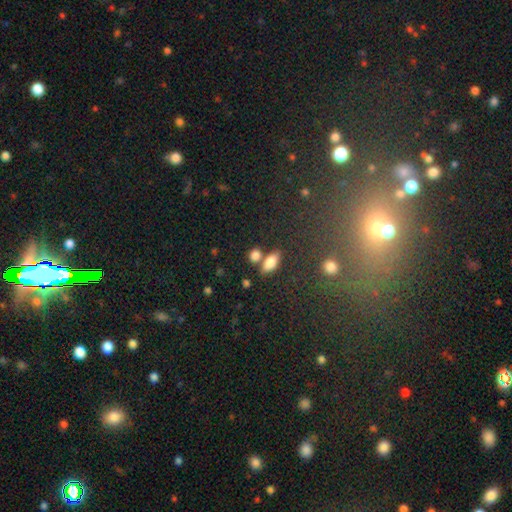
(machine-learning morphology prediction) Smooth or featured: smooth — 83% (star or artifact — 10%)
How rounded: in between — 68% (round — 27%)
Merging: none — 58% (merger — 27%)